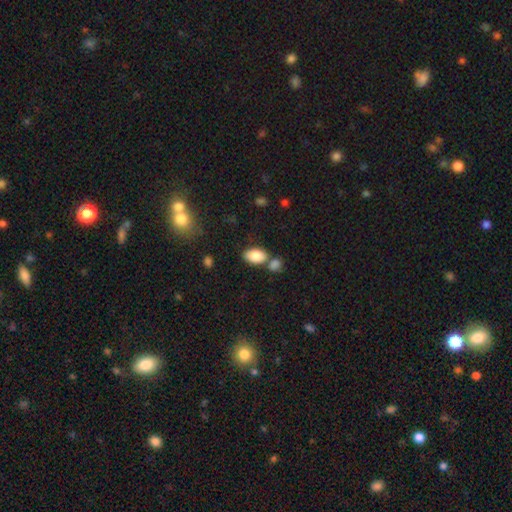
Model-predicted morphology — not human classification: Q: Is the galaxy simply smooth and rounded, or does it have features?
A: smooth — 84%.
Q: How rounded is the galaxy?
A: in between — 91%.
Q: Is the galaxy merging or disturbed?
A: none — 62%.